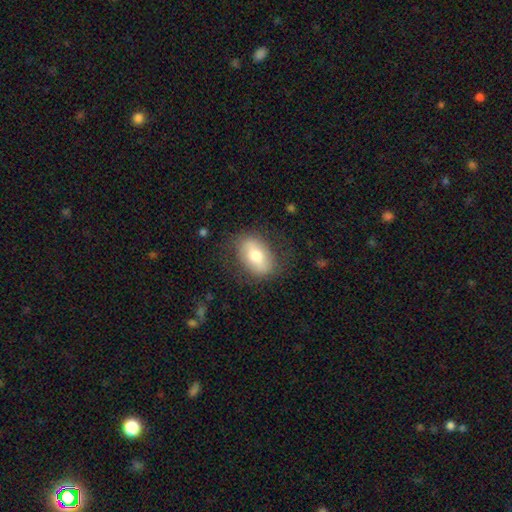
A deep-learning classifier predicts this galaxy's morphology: This is likely a smooth galaxy (64%). How rounded: clearly in between (85%). Merging: likely none (75%).